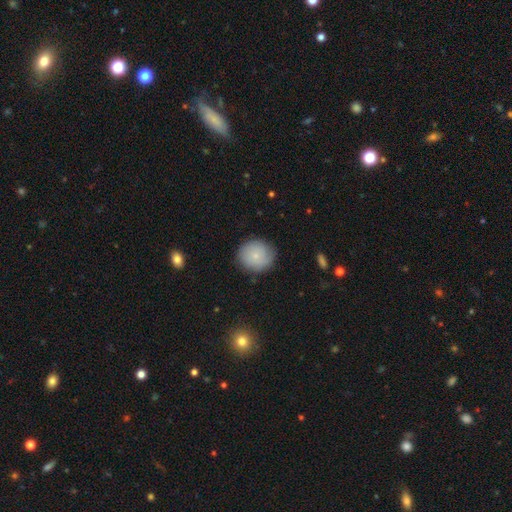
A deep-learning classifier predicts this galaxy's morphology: A smooth galaxy with no disk features (72%) that is round (86%). Merging: none (80%).